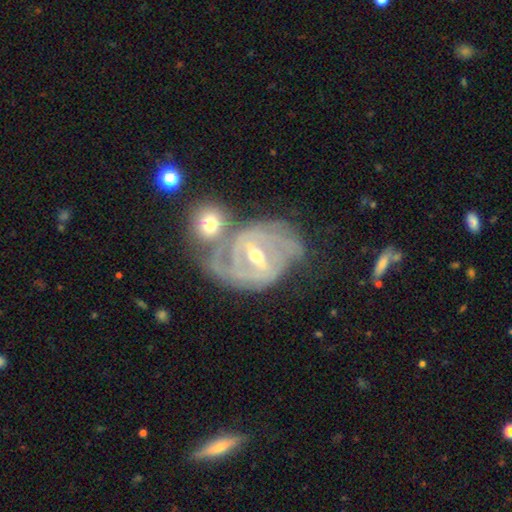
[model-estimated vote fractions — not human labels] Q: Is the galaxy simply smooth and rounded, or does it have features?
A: featured or disk — 87%.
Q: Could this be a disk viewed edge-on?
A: no — 96%.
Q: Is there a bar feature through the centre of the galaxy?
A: strong — 44%.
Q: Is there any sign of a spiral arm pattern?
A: yes — 94%.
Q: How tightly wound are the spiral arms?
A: tight — 61%.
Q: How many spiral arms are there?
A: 2 — 51%.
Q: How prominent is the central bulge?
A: moderate — 55%.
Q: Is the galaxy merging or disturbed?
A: none — 51%.